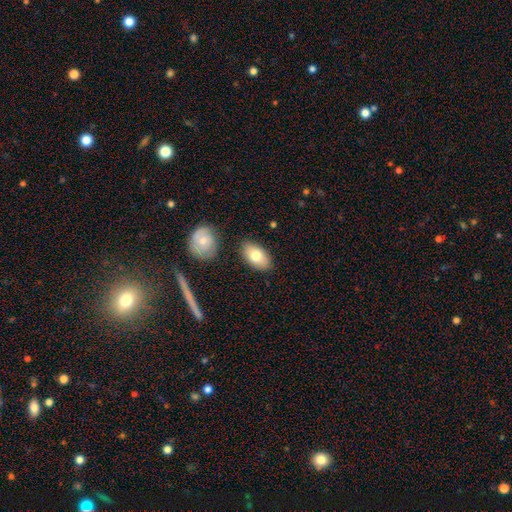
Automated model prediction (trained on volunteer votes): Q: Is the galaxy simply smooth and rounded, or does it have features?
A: smooth — 76%.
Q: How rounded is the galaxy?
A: in between — 92%.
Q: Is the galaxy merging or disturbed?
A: none — 83%.